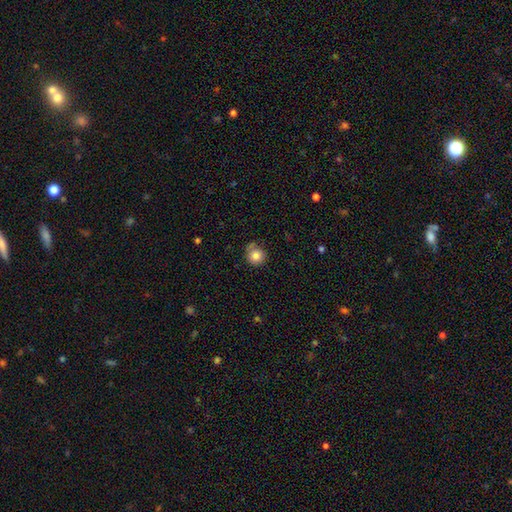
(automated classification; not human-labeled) smooth_or_featured: smooth (p=0.81) [alt: star or artifact p=0.10]
how_rounded: round (p=0.91) [alt: in between p=0.08]
merging: none (p=0.70) [alt: minor disturbance p=0.20]